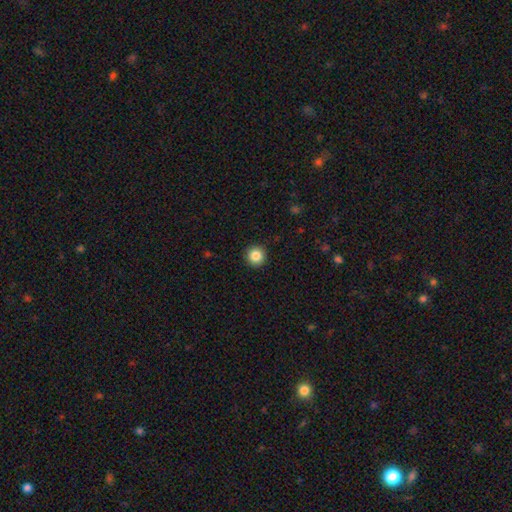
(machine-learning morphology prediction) smooth-or-featured: smooth: 85% | star or artifact: 10% | featured or disk: 5%
  how-rounded: round: 95% | in between: 4% | cigar-shaped: 1%
  merging: none: 92% | minor disturbance: 5% | major disturbance: 2% | merger: 1%